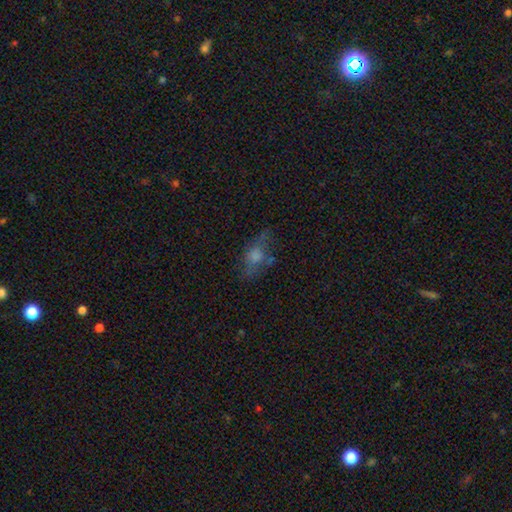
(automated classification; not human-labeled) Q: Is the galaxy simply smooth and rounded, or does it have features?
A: smooth — 43%.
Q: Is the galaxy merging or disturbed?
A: none — 58%.